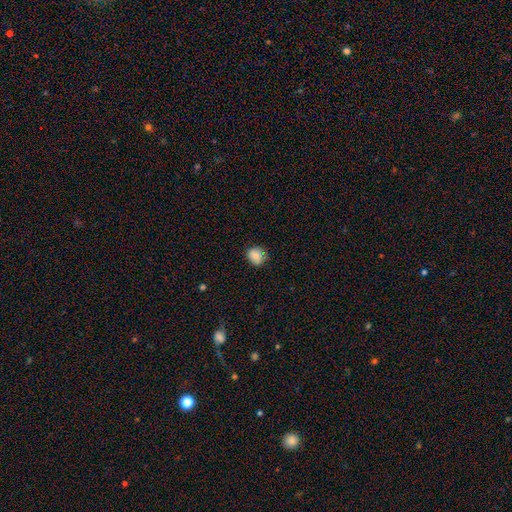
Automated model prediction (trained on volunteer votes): smooth_or_featured: smooth (p=0.84) [alt: star or artifact p=0.09]
how_rounded: round (p=0.79) [alt: in between p=0.20]
merging: none (p=0.77) [alt: minor disturbance p=0.19]